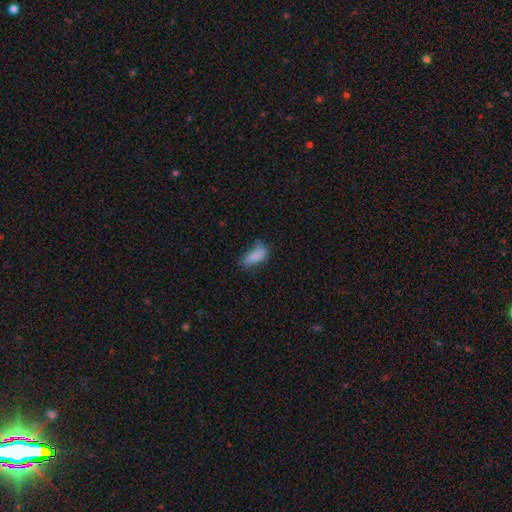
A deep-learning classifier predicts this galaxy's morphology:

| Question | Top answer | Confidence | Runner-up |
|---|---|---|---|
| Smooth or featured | smooth | 79% | featured or disk (12%) |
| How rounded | in between | 82% | cigar-shaped (14%) |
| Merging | none | 41% | minor disturbance (36%) |